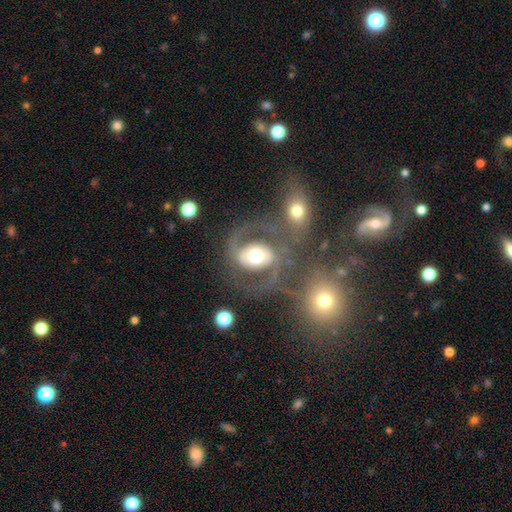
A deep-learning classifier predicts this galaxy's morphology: Smooth or featured?
  - featured or disk: 79% *
  - smooth: 15%
  - star or artifact: 7%
Edge-on disk?
  - no: 98% *
  - yes: 2%
Bar?
  - no: 47% *
  - weak: 31%
  - strong: 22%
Spiral arms?
  - yes: 84% *
  - no: 16%
Spiral winding?
  - medium: 54% *
  - loose: 24%
  - tight: 22%
Spiral arm count?
  - 2: 90% *
  - 1: 4%
  - can't tell: 3%
  - 3: 1%
  - 4: 1%
  - more than 4: 1%
Bulge size?
  - moderate: 58% *
  - large: 30%
  - small: 6%
  - dominant: 5%
  - none: 1%
Merging?
  - none: 61% *
  - minor disturbance: 14%
  - major disturbance: 13%
  - merger: 11%